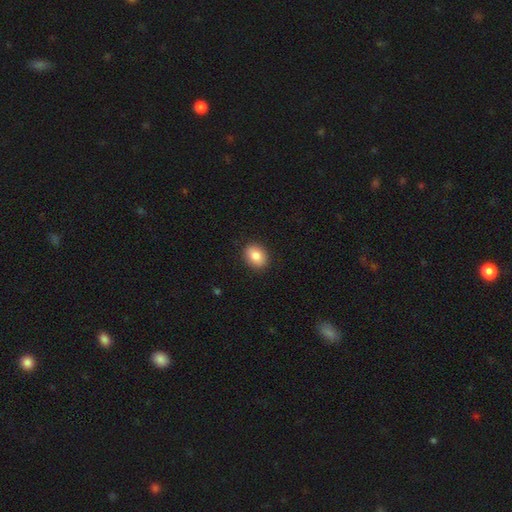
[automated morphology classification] A smooth galaxy with no disk features (86%) that is in between round and cigar-shaped (65%).

Vote fractions:
- Smooth or featured? smooth: 86% / star or artifact: 8% / featured or disk: 6%
- How rounded? in between: 65% / round: 34% / cigar-shaped: 1%
- Merging? none: 90% / minor disturbance: 7% / major disturbance: 2% / merger: 1%